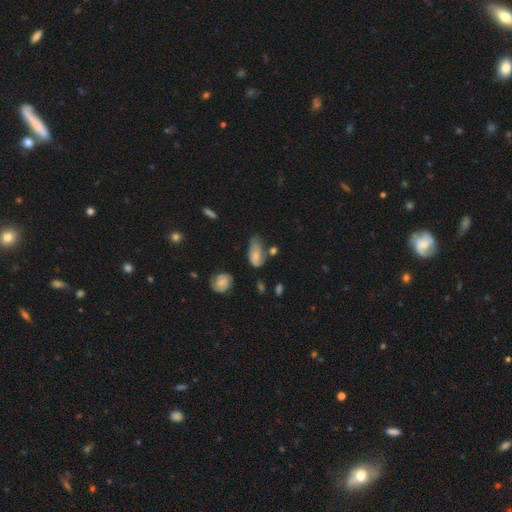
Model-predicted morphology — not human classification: smooth-or-featured: smooth: 69% | featured or disk: 21% | star or artifact: 10%
  how-rounded: in between: 87% | cigar-shaped: 8% | round: 5%
  merging: minor disturbance: 40% | none: 30% | major disturbance: 22% | merger: 9%